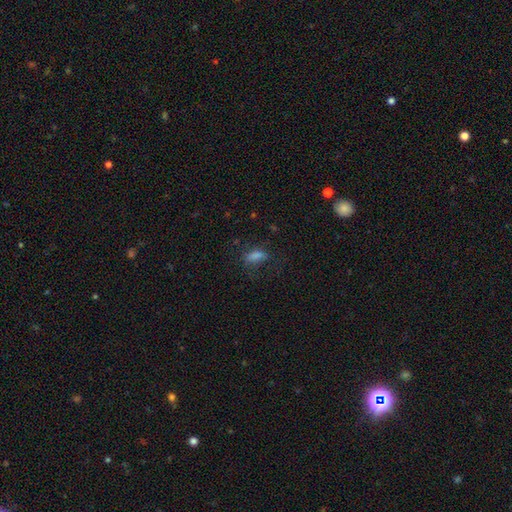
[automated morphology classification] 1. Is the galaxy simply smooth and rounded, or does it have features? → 68% smooth, 19% star or artifact, 13% featured or disk.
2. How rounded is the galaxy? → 69% in between, 23% cigar-shaped, 7% round.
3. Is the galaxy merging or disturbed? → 66% none, 19% minor disturbance, 13% major disturbance, 2% merger.